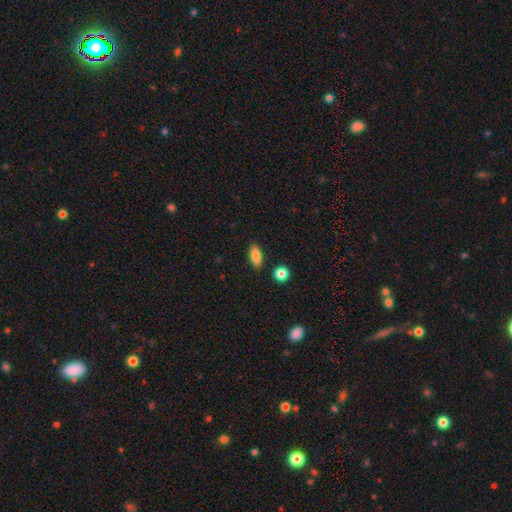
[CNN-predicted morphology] The model was most divided on "how rounded": in between: 83%, cigar-shaped: 13%, round: 4%. More confident: merging — none (86%); smooth or featured — smooth (84%).